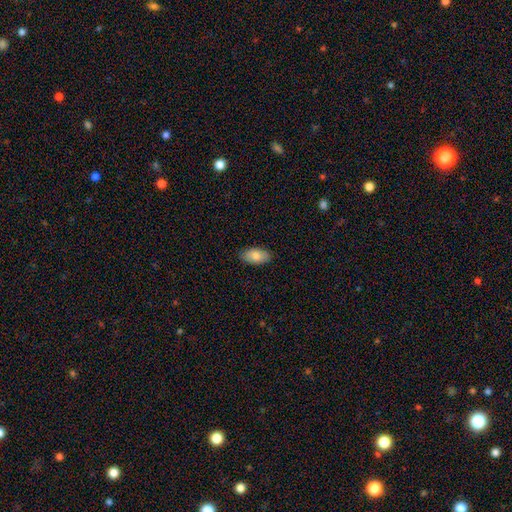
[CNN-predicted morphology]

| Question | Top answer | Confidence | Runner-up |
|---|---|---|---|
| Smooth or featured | smooth | 83% | featured or disk (10%) |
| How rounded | in between | 94% | cigar-shaped (3%) |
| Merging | none | 88% | minor disturbance (9%) |